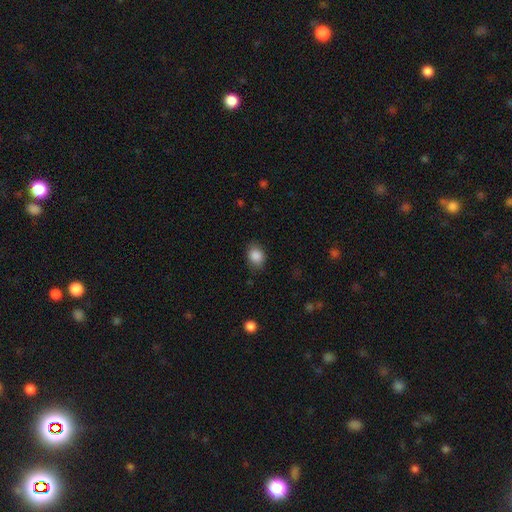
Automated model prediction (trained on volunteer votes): smooth_or_featured: smooth (p=0.87) [alt: star or artifact p=0.09]
how_rounded: in between (p=0.55) [alt: round p=0.44]
merging: none (p=0.81) [alt: minor disturbance p=0.14]